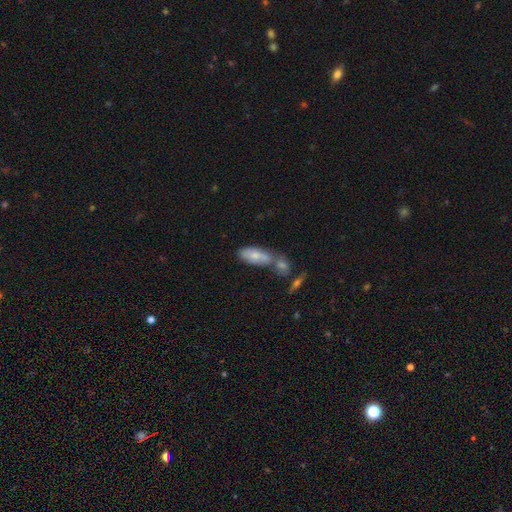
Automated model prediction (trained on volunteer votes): This is likely a smooth galaxy (71%). How rounded: clearly in between (81%). Merging: marginally merger (43%).